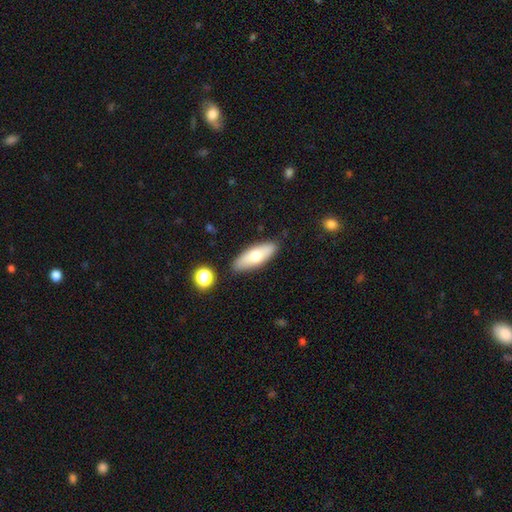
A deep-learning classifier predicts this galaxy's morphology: Smooth or featured?
  - smooth: 64% *
  - featured or disk: 30%
  - star or artifact: 6%
How rounded?
  - in between: 65% *
  - cigar-shaped: 32%
  - round: 3%
Merging?
  - none: 86% *
  - minor disturbance: 9%
  - merger: 3%
  - major disturbance: 2%